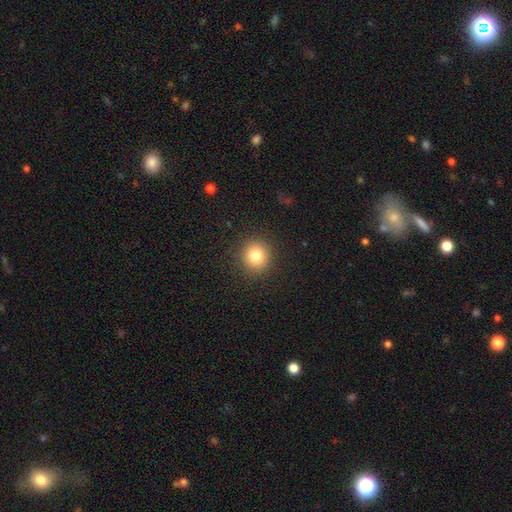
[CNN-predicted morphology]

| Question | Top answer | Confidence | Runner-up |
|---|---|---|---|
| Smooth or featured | smooth | 82% | star or artifact (11%) |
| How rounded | round | 91% | in between (8%) |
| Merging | none | 91% | minor disturbance (6%) |